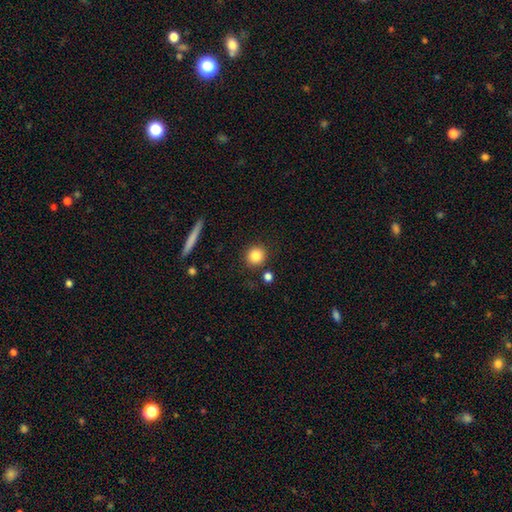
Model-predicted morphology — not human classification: Q: Smooth or featured?
A: smooth (84%); runner-up: star or artifact (10%)
Q: How rounded?
A: round (92%); runner-up: in between (7%)
Q: Merging?
A: none (86%); runner-up: minor disturbance (7%)